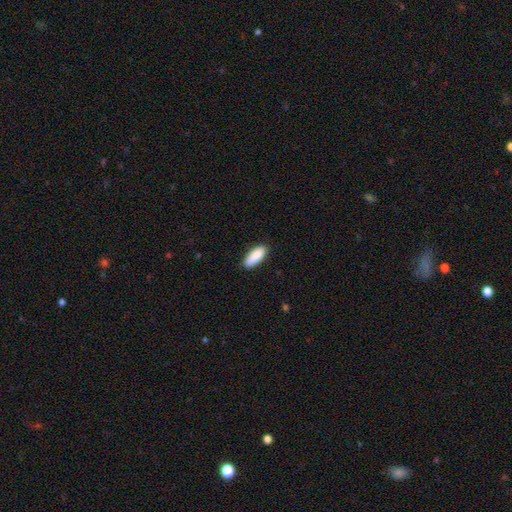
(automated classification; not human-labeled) Smooth or featured? Predicted: smooth (p=0.89). How rounded? Predicted: in between (p=0.77). Merging? Predicted: none (p=0.85).